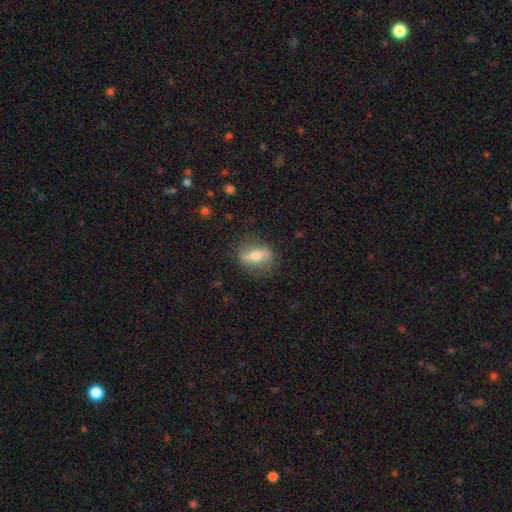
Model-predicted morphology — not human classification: Smooth or featured? smooth (48%)
Merging? none (79%)